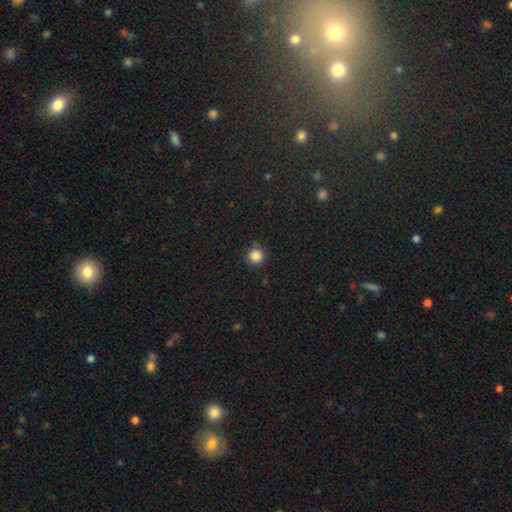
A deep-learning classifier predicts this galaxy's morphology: A smooth galaxy with no disk features (85%) that is round (94%).

Vote fractions:
- Smooth or featured? smooth: 85% / star or artifact: 12% / featured or disk: 3%
- How rounded? round: 94% / in between: 5% / cigar-shaped: 1%
- Merging? none: 87% / minor disturbance: 8% / merger: 3% / major disturbance: 2%